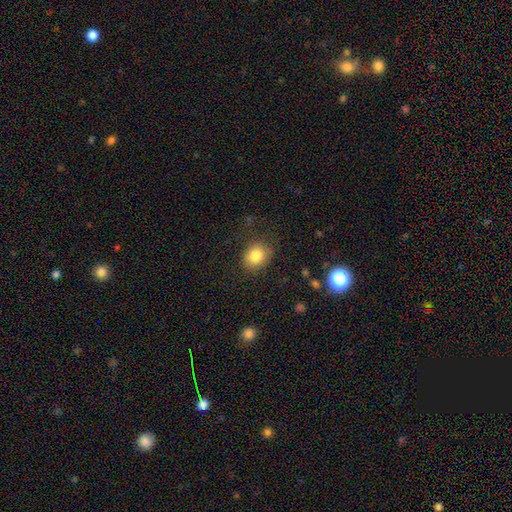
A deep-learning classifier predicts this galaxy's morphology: Smooth or featured?
  - smooth: 83% *
  - star or artifact: 9%
  - featured or disk: 8%
How rounded?
  - round: 55% *
  - in between: 44%
  - cigar-shaped: 1%
Merging?
  - none: 81% *
  - minor disturbance: 13%
  - major disturbance: 5%
  - merger: 1%